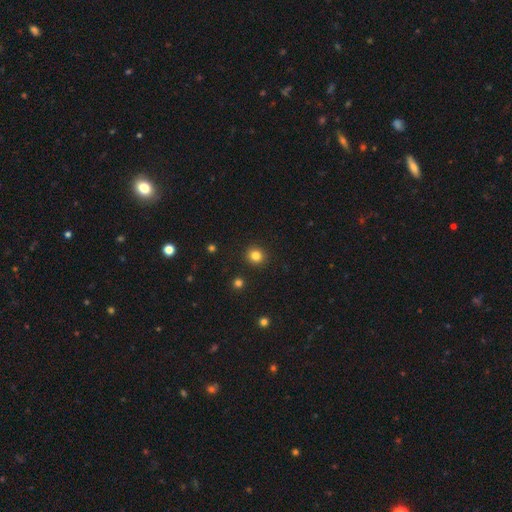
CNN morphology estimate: smooth-or-featured: smooth: 83% | star or artifact: 13% | featured or disk: 5%
  how-rounded: round: 91% | in between: 8% | cigar-shaped: 1%
  merging: none: 92% | minor disturbance: 5% | major disturbance: 2% | merger: 1%